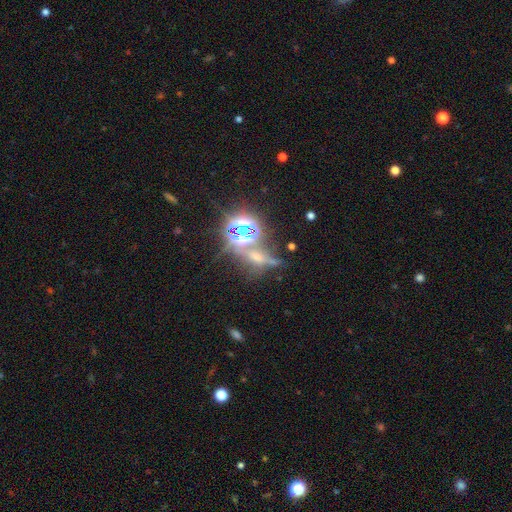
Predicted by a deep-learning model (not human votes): Morphology: type=star or artifact (54%).